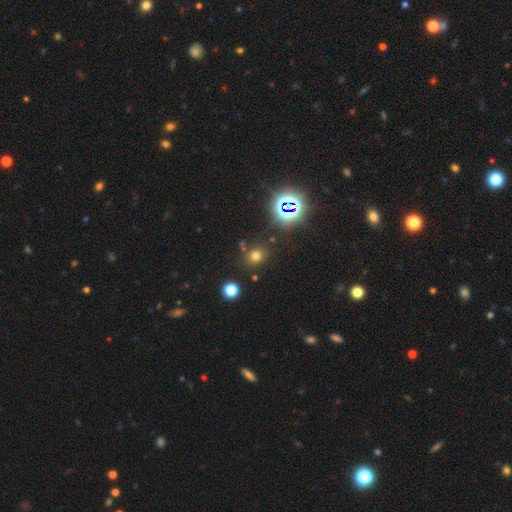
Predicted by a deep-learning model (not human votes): A smooth galaxy with no disk features (63%) that is round (70%). Merging: none (77%).